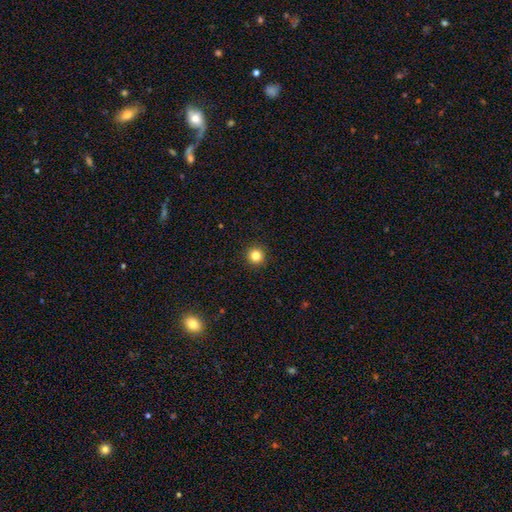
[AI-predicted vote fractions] Smooth or featured? Predicted: smooth (p=0.83). How rounded? Predicted: round (p=0.96). Merging? Predicted: none (p=0.93).